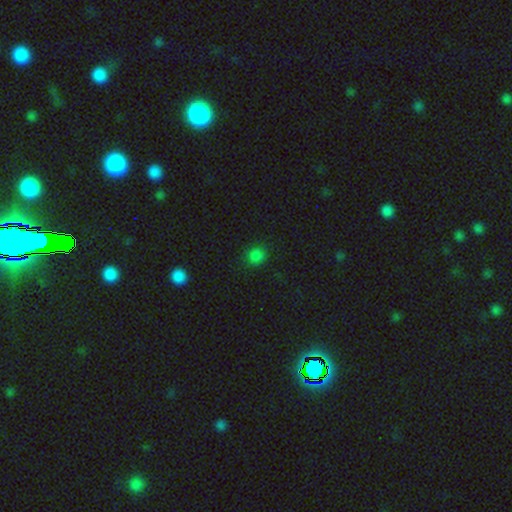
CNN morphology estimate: smooth-or-featured: smooth: 81% | star or artifact: 16% | featured or disk: 3%
  how-rounded: round: 81% | in between: 18% | cigar-shaped: 1%
  merging: none: 87% | minor disturbance: 9% | major disturbance: 3% | merger: 1%